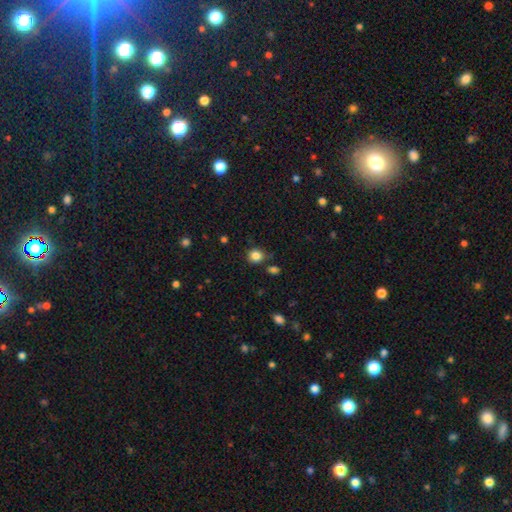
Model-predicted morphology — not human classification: smooth_or_featured: smooth (p=0.84) [alt: star or artifact p=0.12]
how_rounded: round (p=0.86) [alt: in between p=0.13]
merging: none (p=0.77) [alt: minor disturbance p=0.13]